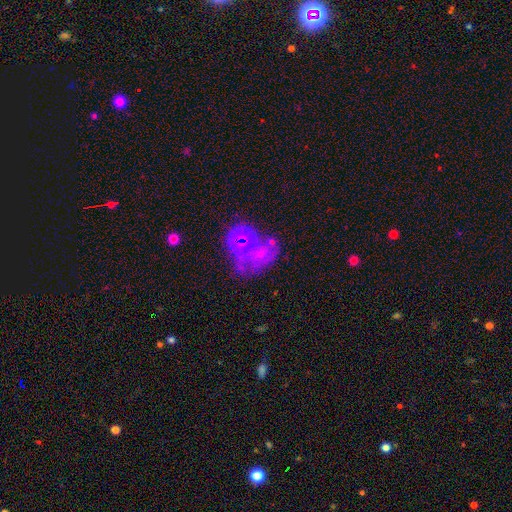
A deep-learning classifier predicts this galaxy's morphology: type=star or artifact (42%).